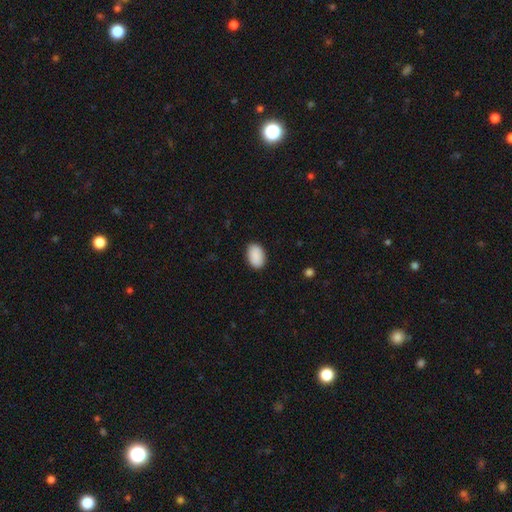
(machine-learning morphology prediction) Smooth or featured? Predicted: smooth (p=0.91). How rounded? Predicted: in between (p=0.90). Merging? Predicted: none (p=0.89).